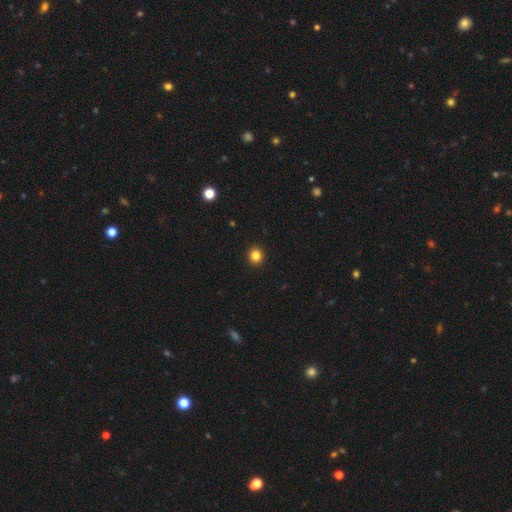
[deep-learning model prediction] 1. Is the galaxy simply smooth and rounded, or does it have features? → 84% smooth, 12% star or artifact, 4% featured or disk.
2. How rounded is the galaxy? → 91% round, 8% in between, 1% cigar-shaped.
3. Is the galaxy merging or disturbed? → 94% none, 4% minor disturbance, 1% major disturbance, 1% merger.